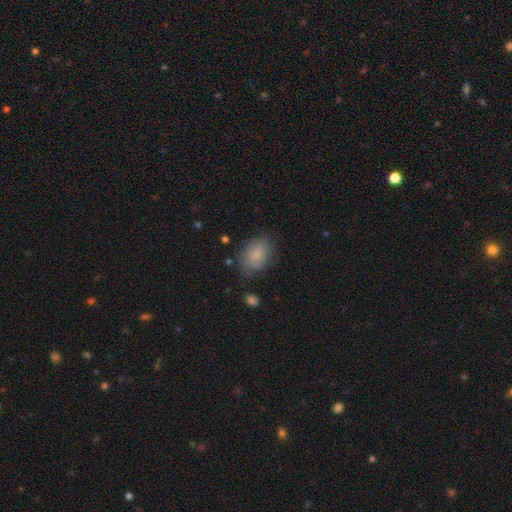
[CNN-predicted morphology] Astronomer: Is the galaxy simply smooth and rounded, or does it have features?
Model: smooth — 77%.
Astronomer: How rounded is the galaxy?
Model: in between — 78%.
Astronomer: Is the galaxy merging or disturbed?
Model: none — 74%.